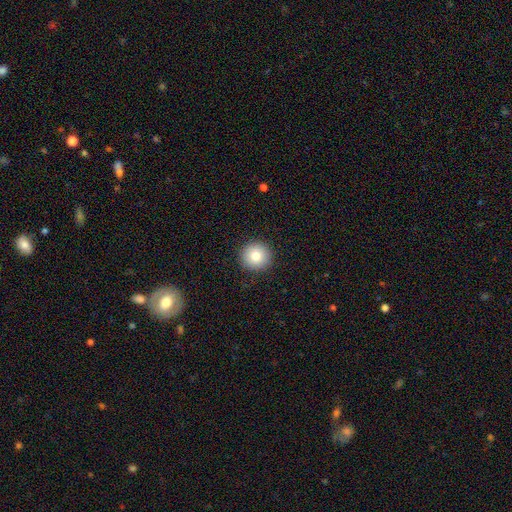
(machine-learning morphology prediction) Smooth or featured?
  - smooth: 81% *
  - star or artifact: 10%
  - featured or disk: 9%
How rounded?
  - round: 95% *
  - in between: 4%
  - cigar-shaped: 1%
Merging?
  - none: 92% *
  - minor disturbance: 5%
  - major disturbance: 2%
  - merger: 1%